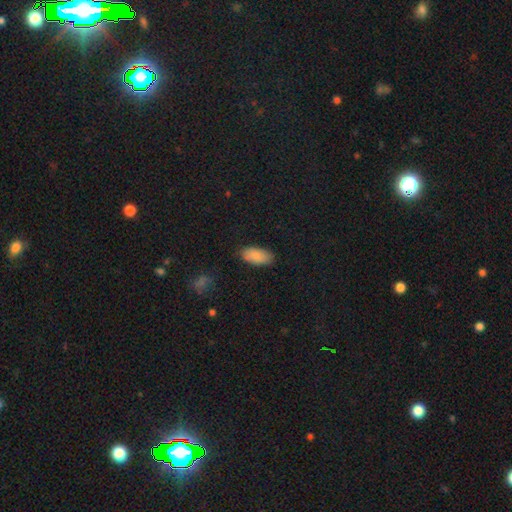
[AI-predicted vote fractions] Morphology: type=smooth (88%); roundness=in between (91%); merging=none (83%).